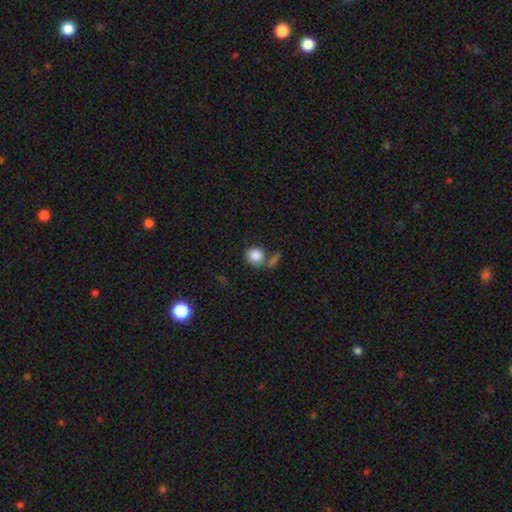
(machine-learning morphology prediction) A smooth galaxy with no disk features (85%) that is round (78%). Merging: none (55%).